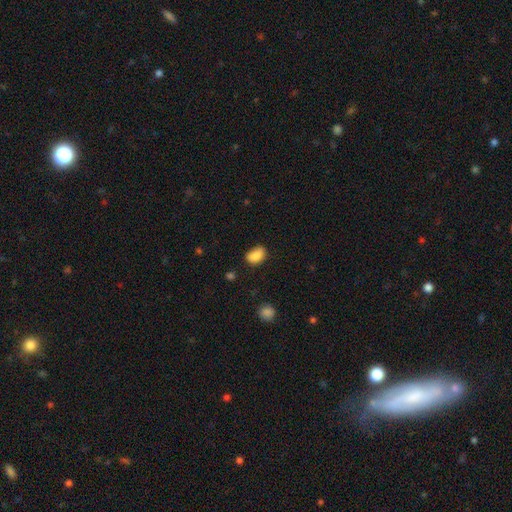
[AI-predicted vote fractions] Smooth or featured? Predicted: smooth (p=0.87). How rounded? Predicted: in between (p=0.85). Merging? Predicted: none (p=0.72).